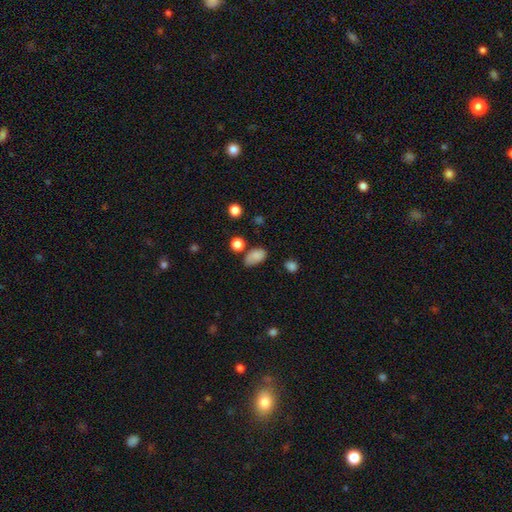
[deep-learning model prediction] smooth 82%, star or artifact 11%, featured or disk 7%. Down the decision tree: how rounded — in between (89%); merging — none (56%).